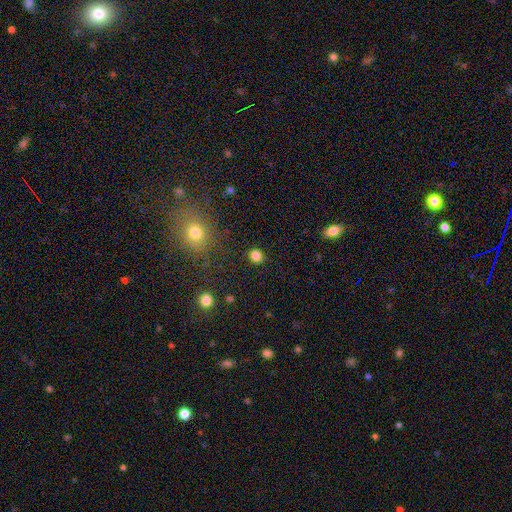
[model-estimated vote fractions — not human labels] This appears to be a smooth galaxy with no disk features (83%) that is round (83%). Merging: none (90%).